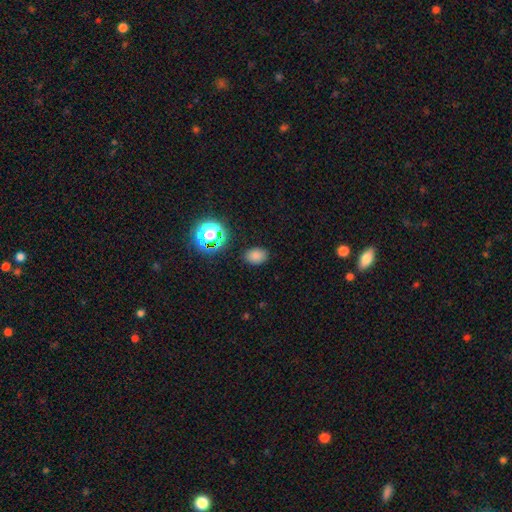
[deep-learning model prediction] smooth_or_featured: smooth (p=0.77) [alt: star or artifact p=0.18]
how_rounded: in between (p=0.75) [alt: round p=0.24]
merging: none (p=0.85) [alt: minor disturbance p=0.11]